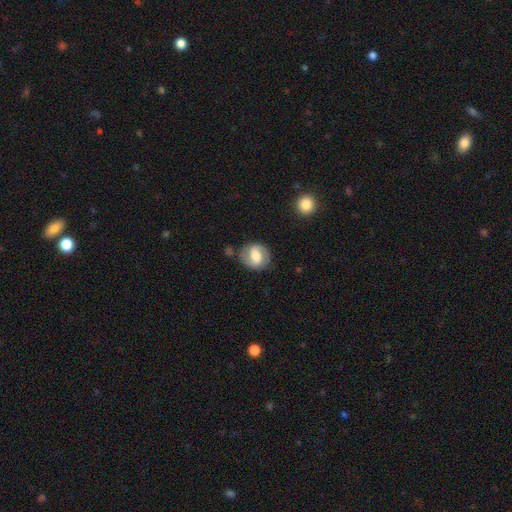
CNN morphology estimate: Smooth or featured: featured or disk — 63% (smooth — 31%)
Edge-on disk: no — 97% (yes — 3%)
Bar: weak — 46% (strong — 33%)
Spiral arms: yes — 84% (no — 16%)
Spiral winding: medium — 47% (tight — 35%)
Spiral arm count: 2 — 87% (can't tell — 7%)
Bulge size: moderate — 57% (large — 24%)
Merging: none — 77% (minor disturbance — 15%)